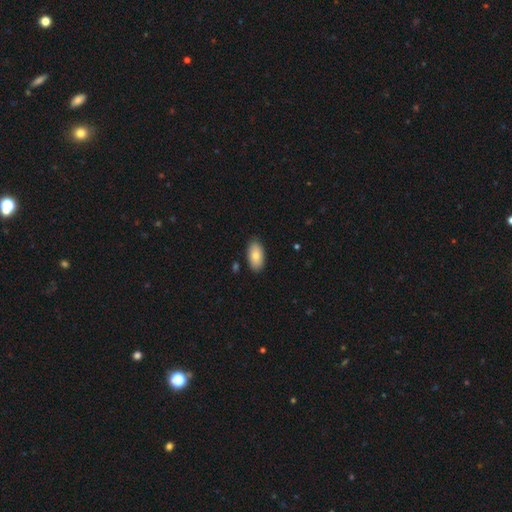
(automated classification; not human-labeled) Smooth or featured: smooth — 80% (featured or disk — 13%)
How rounded: in between — 94% (round — 3%)
Merging: none — 87% (minor disturbance — 10%)